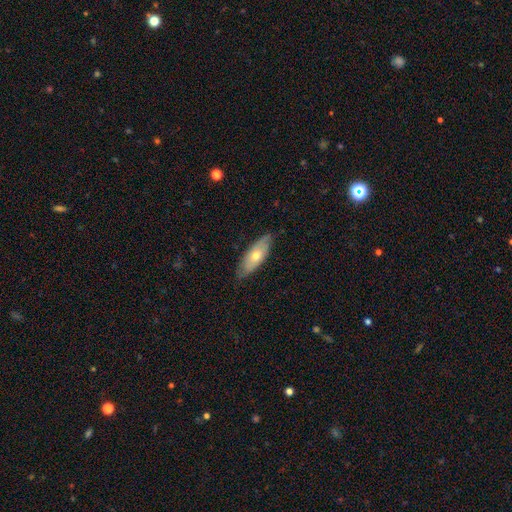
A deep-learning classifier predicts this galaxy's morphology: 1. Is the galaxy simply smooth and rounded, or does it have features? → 55% smooth, 40% featured or disk, 6% star or artifact.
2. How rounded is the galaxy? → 69% in between, 29% cigar-shaped, 2% round.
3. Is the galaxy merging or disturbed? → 79% none, 18% minor disturbance, 3% major disturbance, 1% merger.